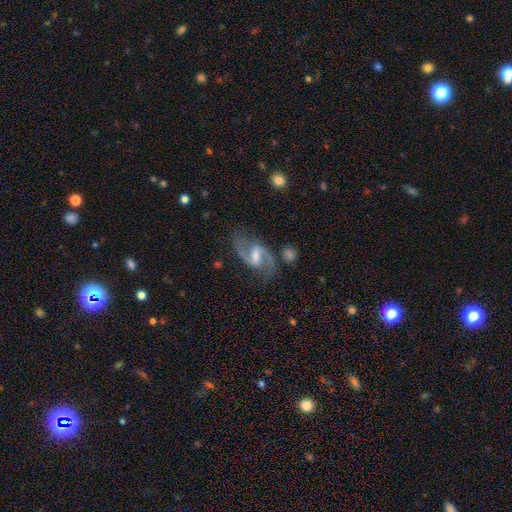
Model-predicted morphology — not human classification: A featured or disk galaxy (89%) with a weak bar (52%), 2 (94%) medium (51%) spiral arms (97%) and a moderate central bulge (51%).

Vote fractions:
- Smooth or featured? featured or disk: 89% / smooth: 6% / star or artifact: 5%
- Edge-on disk? no: 97% / yes: 3%
- Bar? weak: 52% / strong: 33% / no: 15%
- Spiral arms? yes: 97% / no: 3%
- Spiral winding? medium: 51% / loose: 39% / tight: 10%
- Spiral arm count? 2: 94% / can't tell: 2% / 1: 1% / 3: 1% / 4: 1% / more than 4: 1%
- Bulge size? moderate: 51% / small: 40% / large: 4% / none: 4% / dominant: 1%
- Merging? none: 78% / minor disturbance: 14% / major disturbance: 6% / merger: 3%